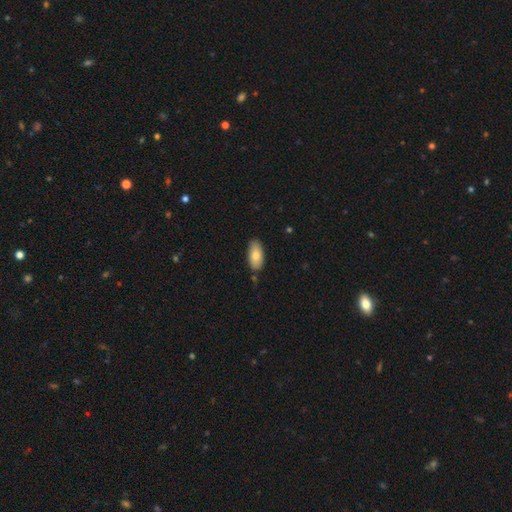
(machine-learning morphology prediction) This is likely a smooth galaxy (79%). How rounded: clearly in between (91%). Merging: clearly none (81%).